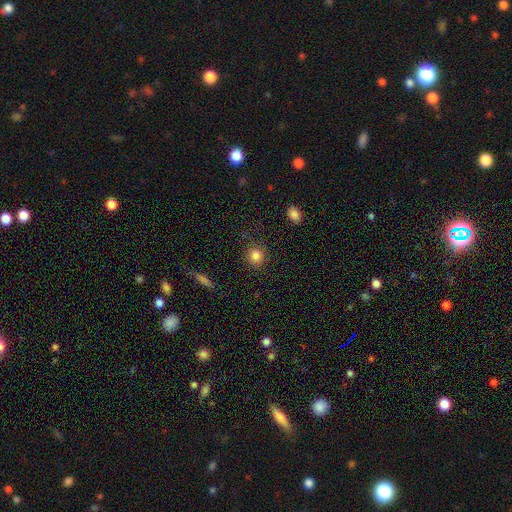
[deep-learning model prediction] Smooth or featured: smooth — 84% (star or artifact — 11%)
How rounded: round — 88% (in between — 11%)
Merging: none — 86% (minor disturbance — 9%)